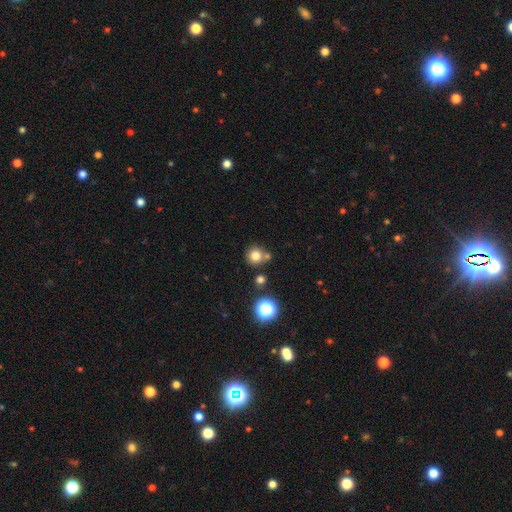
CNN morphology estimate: smooth_or_featured: smooth (p=0.79) [alt: star or artifact p=0.15]
how_rounded: round (p=0.93) [alt: in between p=0.06]
merging: none (p=0.70) [alt: merger p=0.17]